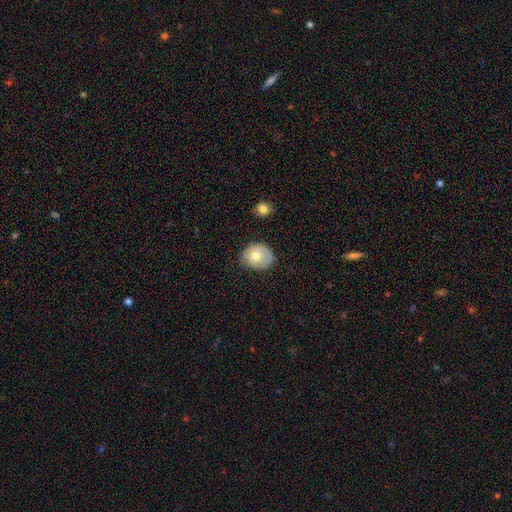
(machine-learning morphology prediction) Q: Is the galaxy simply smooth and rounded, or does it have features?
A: smooth — 70%.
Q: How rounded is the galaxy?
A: round — 63%.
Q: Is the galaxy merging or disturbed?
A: none — 61%.